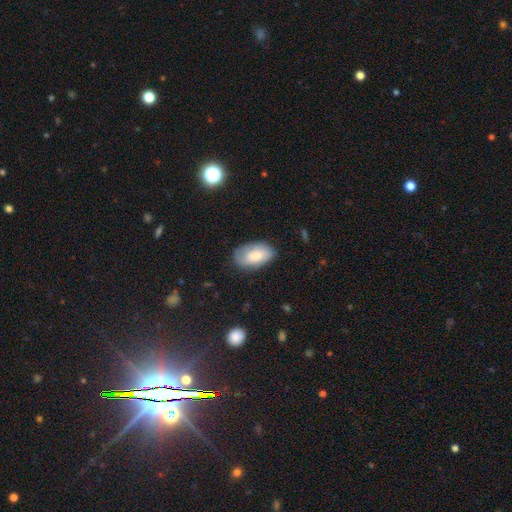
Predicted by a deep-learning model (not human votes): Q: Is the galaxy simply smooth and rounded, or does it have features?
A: smooth — 71%.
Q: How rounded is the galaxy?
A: in between — 93%.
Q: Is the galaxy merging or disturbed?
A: none — 73%.